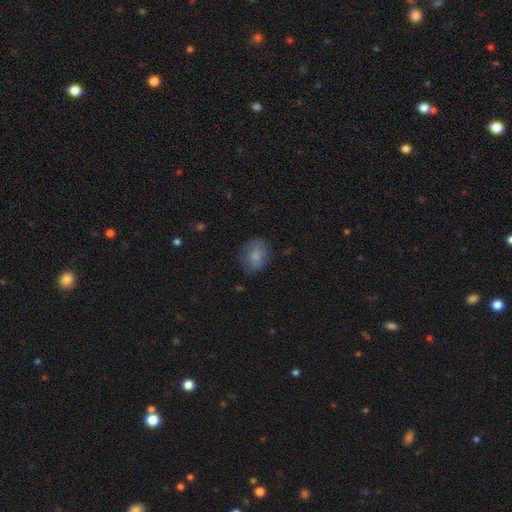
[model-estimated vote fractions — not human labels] Smooth or featured? smooth (78%)
How rounded? round (56%)
Merging? none (74%)